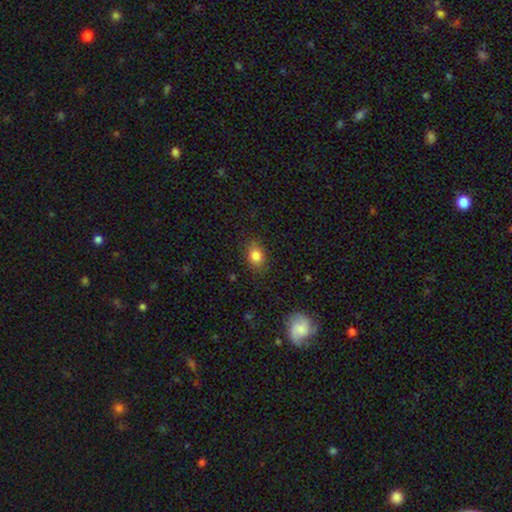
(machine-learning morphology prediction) This is clearly a smooth galaxy (83%). How rounded: likely in between (62%). Merging: clearly none (81%).